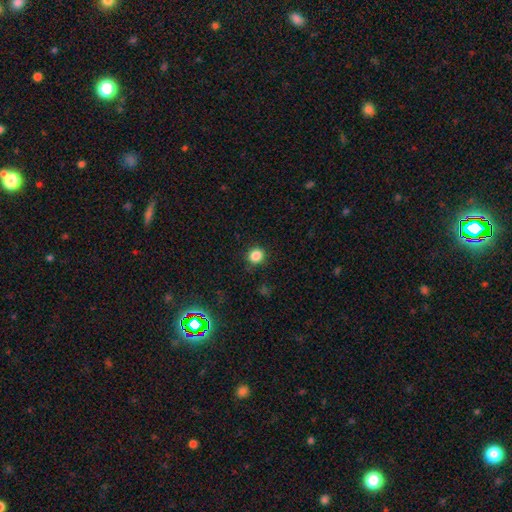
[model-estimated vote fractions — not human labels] This appears to be a smooth galaxy with no disk features (84%) that is round (85%). Merging: none (86%).